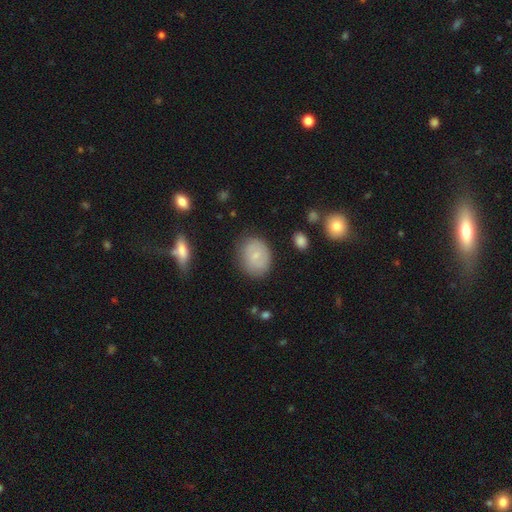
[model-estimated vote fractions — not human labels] Q: Smooth or featured?
A: smooth (71%); runner-up: featured or disk (21%)
Q: How rounded?
A: in between (50%); runner-up: round (49%)
Q: Merging?
A: none (77%); runner-up: minor disturbance (16%)